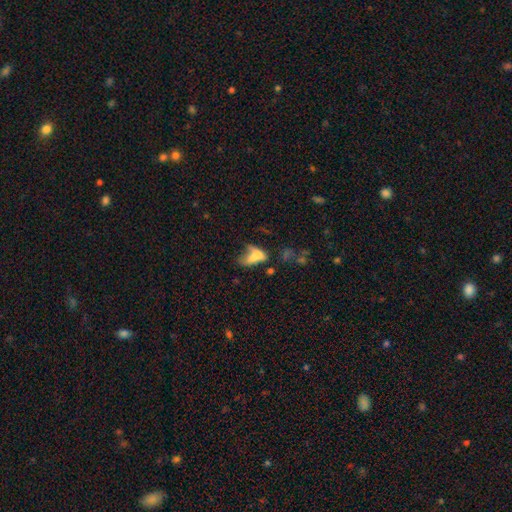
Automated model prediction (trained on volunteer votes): A smooth galaxy with no disk features (59%) that is in between round and cigar-shaped (79%).

Vote fractions:
- Smooth or featured? smooth: 59% / featured or disk: 27% / star or artifact: 14%
- How rounded? in between: 79% / cigar-shaped: 14% / round: 7%
- Merging? major disturbance: 37% / merger: 25% / none: 20% / minor disturbance: 18%